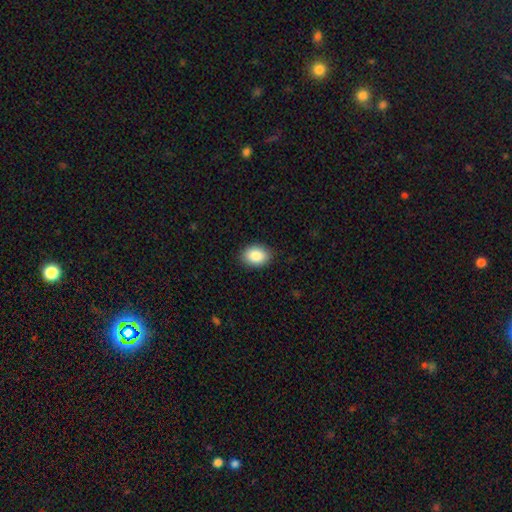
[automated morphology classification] This is clearly a smooth galaxy (86%). How rounded: likely in between (71%). Merging: clearly none (89%).